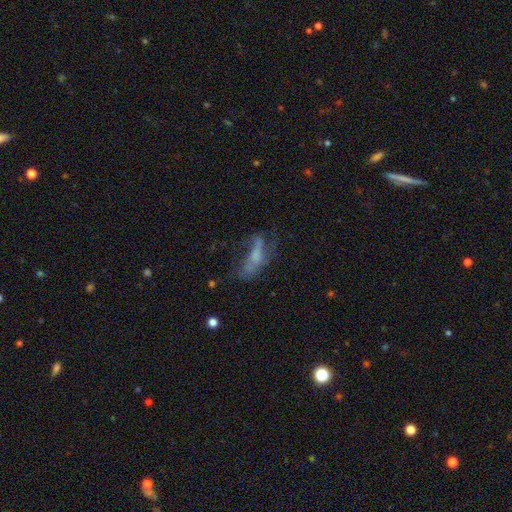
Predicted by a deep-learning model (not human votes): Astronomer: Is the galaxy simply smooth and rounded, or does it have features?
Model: featured or disk — 48% (runner-up: smooth, 38%).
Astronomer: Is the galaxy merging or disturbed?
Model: major disturbance — 37% (runner-up: none, 34%).